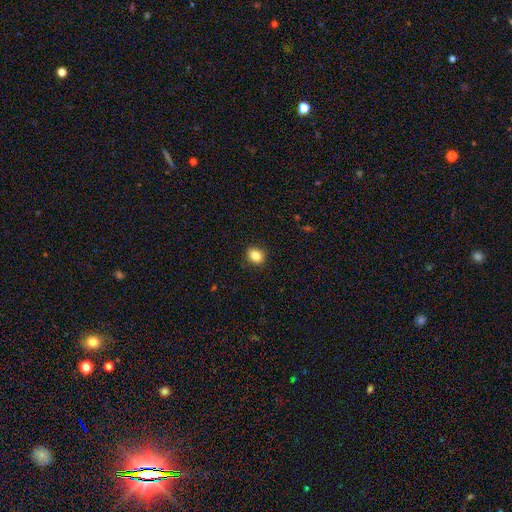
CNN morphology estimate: Q: Smooth or featured?
A: smooth (85%); runner-up: star or artifact (10%)
Q: How rounded?
A: round (59%); runner-up: in between (40%)
Q: Merging?
A: none (90%); runner-up: minor disturbance (7%)